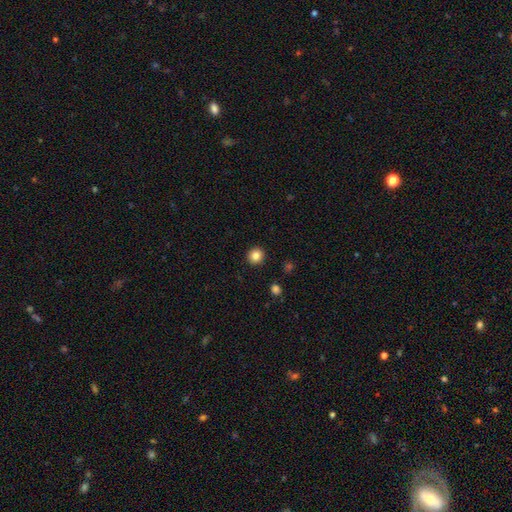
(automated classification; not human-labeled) Smooth or featured: smooth — 84% (star or artifact — 11%)
How rounded: round — 93% (in between — 6%)
Merging: none — 93% (minor disturbance — 5%)